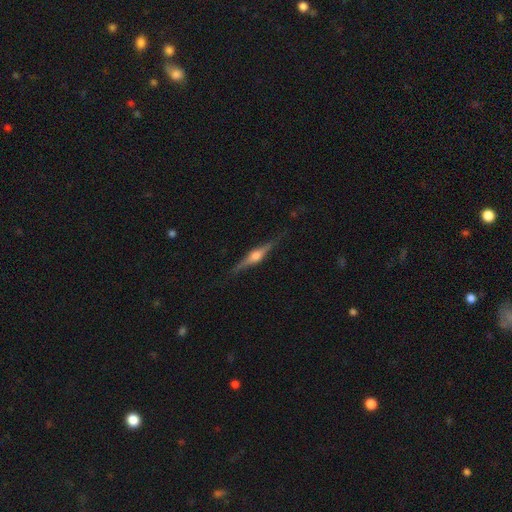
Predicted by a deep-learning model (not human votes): Smooth or featured: featured or disk — 78% (smooth — 16%)
Edge-on disk: yes — 98% (no — 2%)
Edge-on bulge: rounded — 91% (boxy — 7%)
Merging: none — 85% (minor disturbance — 11%)